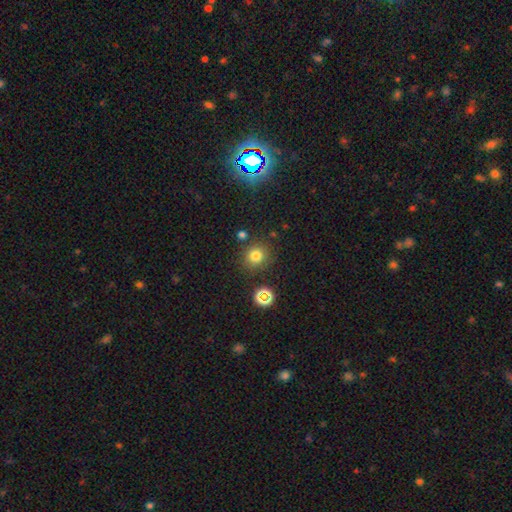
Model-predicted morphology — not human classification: smooth 77%, star or artifact 16%, featured or disk 6%. Down the decision tree: how rounded — round (88%); merging — none (82%).